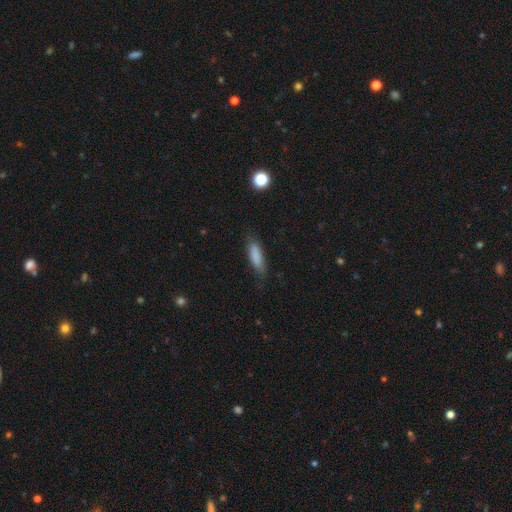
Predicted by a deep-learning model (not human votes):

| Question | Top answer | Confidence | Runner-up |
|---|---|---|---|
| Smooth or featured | smooth | 83% | featured or disk (10%) |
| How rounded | in between | 49% | tied: cigar-shaped (49%) |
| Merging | none | 72% | minor disturbance (20%) |